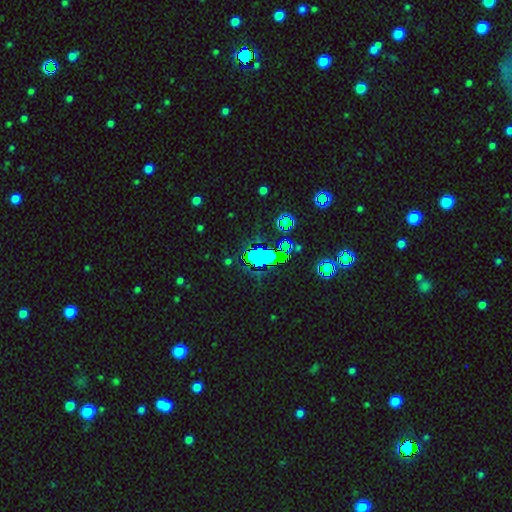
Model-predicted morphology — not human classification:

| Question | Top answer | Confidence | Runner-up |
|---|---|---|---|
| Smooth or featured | star or artifact | 68% | smooth (21%) |